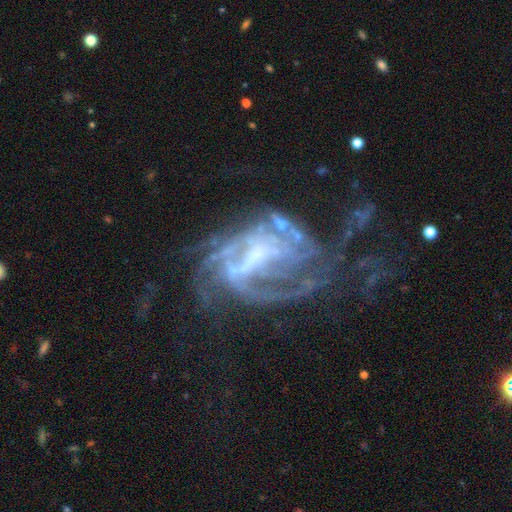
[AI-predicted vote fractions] smooth_or_featured: featured or disk (p=0.83) [alt: star or artifact p=0.10]
disk_edge_on: no (p=0.97) [alt: yes p=0.03]
bar: weak (p=0.41) [alt: strong p=0.33]
has_spiral_arms: yes (p=0.84) [alt: no p=0.16]
spiral_winding: medium (p=0.42) [alt: tight p=0.35]
spiral_arm_count: can't tell (p=0.38) [alt: 2 p=0.21]
bulge_size: none (p=0.34) [alt: small p=0.29]
merging: major disturbance (p=0.45) [alt: none p=0.28]